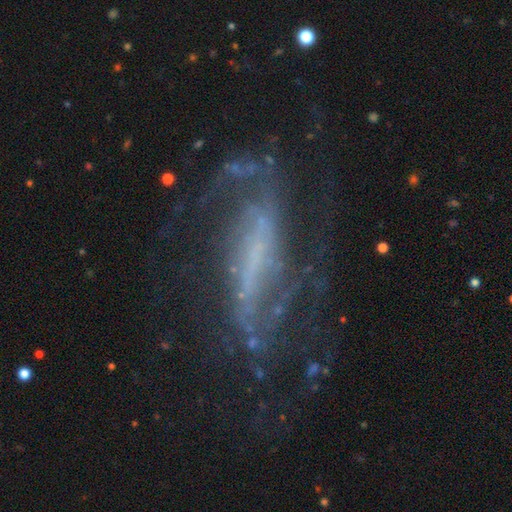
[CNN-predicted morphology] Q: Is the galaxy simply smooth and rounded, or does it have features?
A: featured or disk — 82%.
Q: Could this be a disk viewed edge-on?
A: no — 84%.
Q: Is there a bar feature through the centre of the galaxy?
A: strong — 49%.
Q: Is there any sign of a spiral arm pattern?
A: yes — 87%.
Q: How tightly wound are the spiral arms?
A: medium — 40%.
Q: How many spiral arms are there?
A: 2 — 55%.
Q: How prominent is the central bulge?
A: none — 54%.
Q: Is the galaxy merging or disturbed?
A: none — 57%.